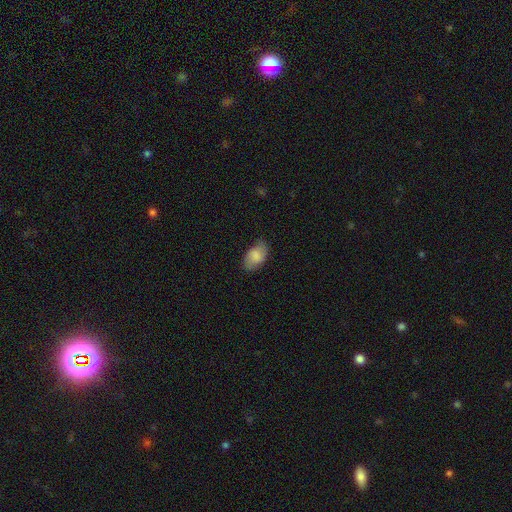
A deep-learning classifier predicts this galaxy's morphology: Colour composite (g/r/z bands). It shows a smooth galaxy with no disk features (78%) that is in between round and cigar-shaped (93%). Merging: none (72%).